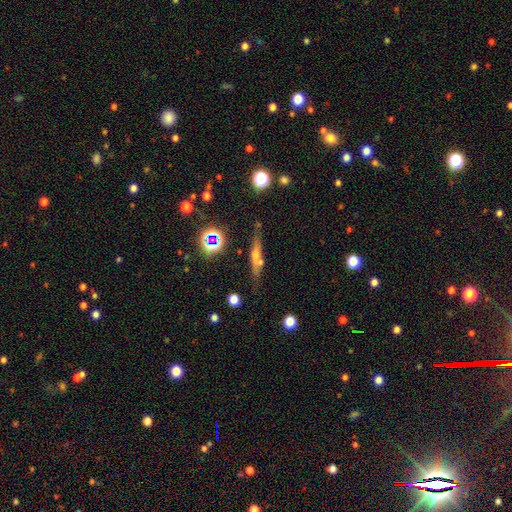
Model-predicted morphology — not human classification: Smooth or featured? Predicted: featured or disk (p=0.42). Merging? Predicted: none (p=0.73).